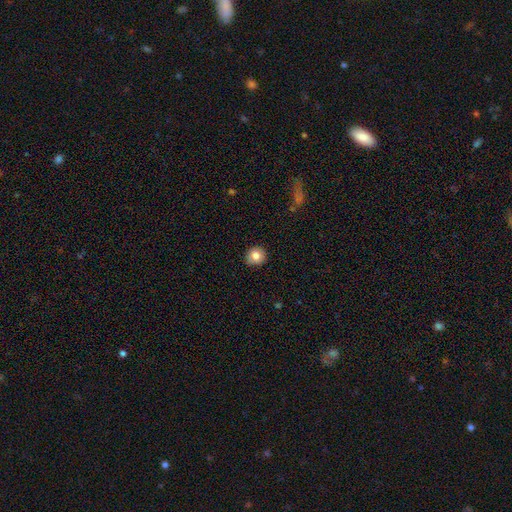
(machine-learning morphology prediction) Smooth or featured? smooth (82%)
How rounded? round (88%)
Merging? none (88%)